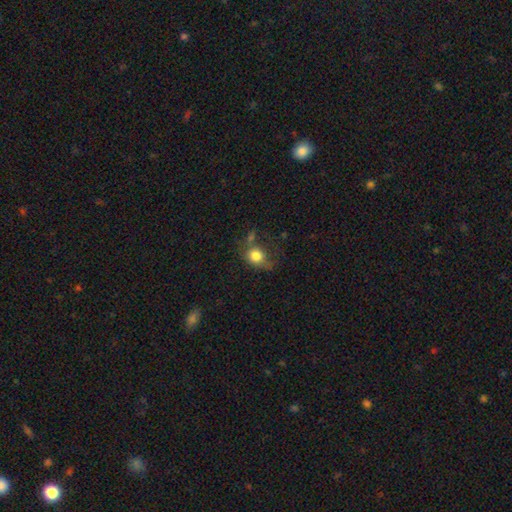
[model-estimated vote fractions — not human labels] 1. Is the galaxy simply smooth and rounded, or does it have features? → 80% smooth, 10% featured or disk, 10% star or artifact.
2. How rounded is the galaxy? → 66% round, 33% in between, 1% cigar-shaped.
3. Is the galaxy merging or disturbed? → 49% none, 25% minor disturbance, 14% major disturbance, 11% merger.